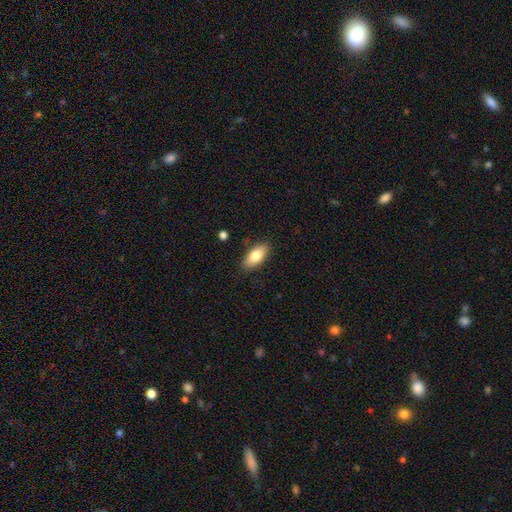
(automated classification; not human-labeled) Smooth or featured? Predicted: smooth (p=0.80). How rounded? Predicted: in between (p=0.86). Merging? Predicted: none (p=0.86).